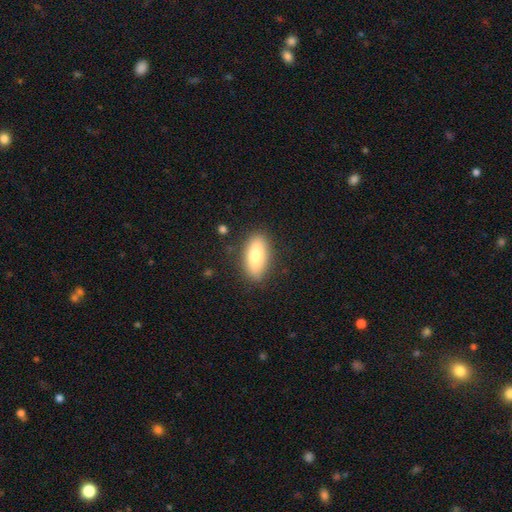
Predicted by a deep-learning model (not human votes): This is likely a smooth galaxy (78%). How rounded: clearly in between (82%). Merging: clearly none (84%).